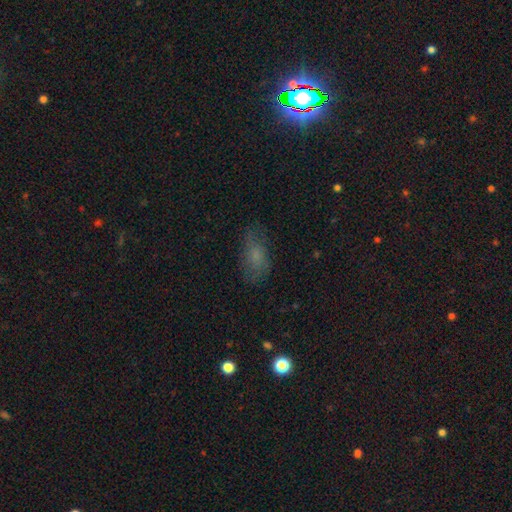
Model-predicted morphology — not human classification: type=smooth (60%); roundness=in between (86%); merging=none (67%).